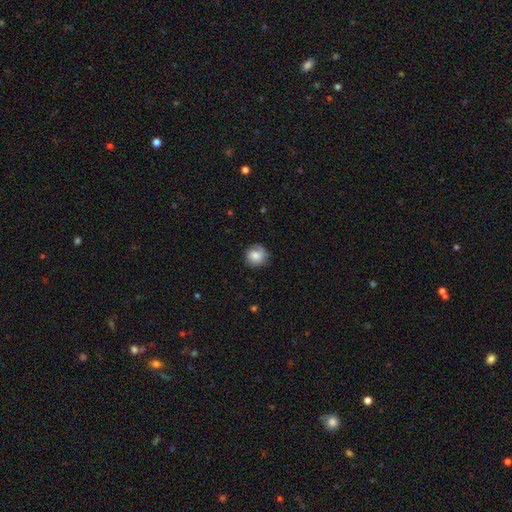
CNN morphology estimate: Smooth or featured? Predicted: smooth (p=0.74). How rounded? Predicted: round (p=0.88). Merging? Predicted: none (p=0.73).